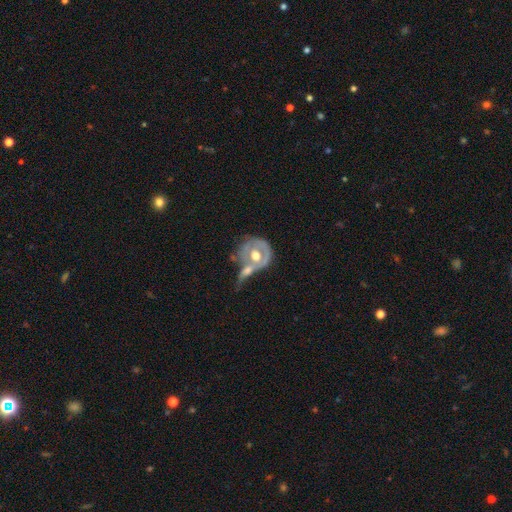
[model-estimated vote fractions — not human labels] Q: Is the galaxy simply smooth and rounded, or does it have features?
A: featured or disk — 63%.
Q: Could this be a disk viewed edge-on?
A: no — 94%.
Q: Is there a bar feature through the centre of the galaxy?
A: no — 78%.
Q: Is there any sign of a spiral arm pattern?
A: no — 67%.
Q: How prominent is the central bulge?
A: moderate — 74%.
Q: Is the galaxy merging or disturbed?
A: merger — 48%.